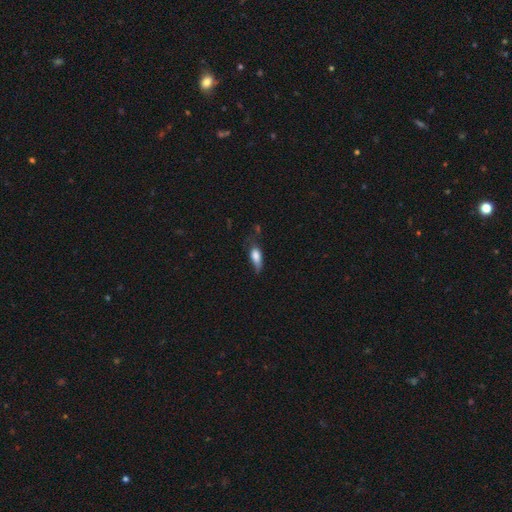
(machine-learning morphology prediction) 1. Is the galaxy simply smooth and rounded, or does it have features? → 76% smooth, 16% featured or disk, 8% star or artifact.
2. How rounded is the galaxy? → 77% in between, 19% cigar-shaped, 4% round.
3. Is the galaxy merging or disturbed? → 38% minor disturbance, 36% none, 22% major disturbance, 3% merger.